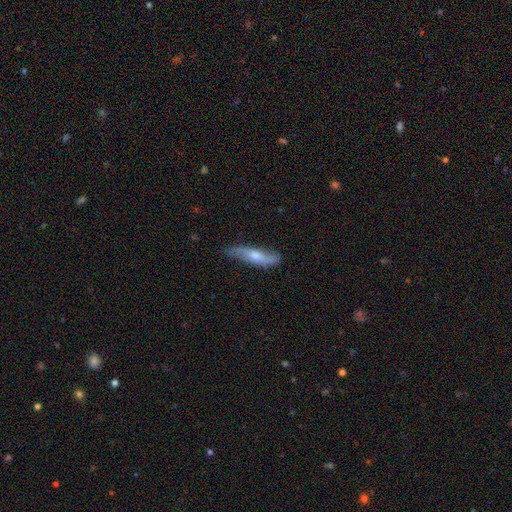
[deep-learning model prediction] Smooth or featured: featured or disk — 56% (smooth — 38%)
Edge-on disk: no — 55% (yes — 45%)
Merging: none — 72% (minor disturbance — 22%)